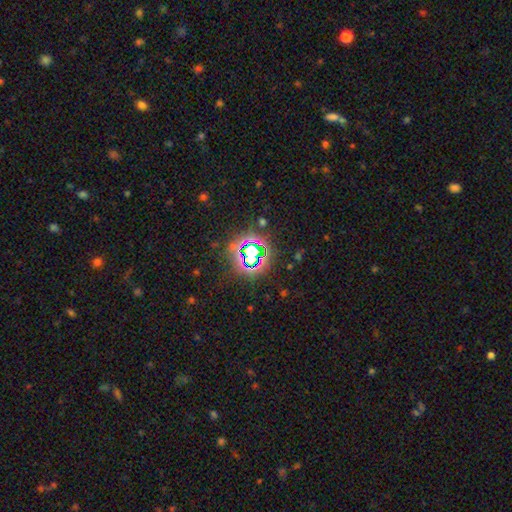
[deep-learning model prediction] Smooth or featured?
  - star or artifact: 70% *
  - smooth: 19%
  - featured or disk: 11%